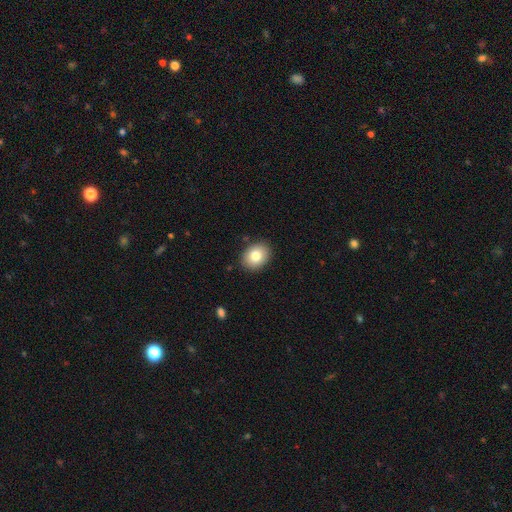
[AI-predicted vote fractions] smooth 81%, featured or disk 11%, star or artifact 8%. Down the decision tree: how rounded — in between (62%); merging — none (88%).